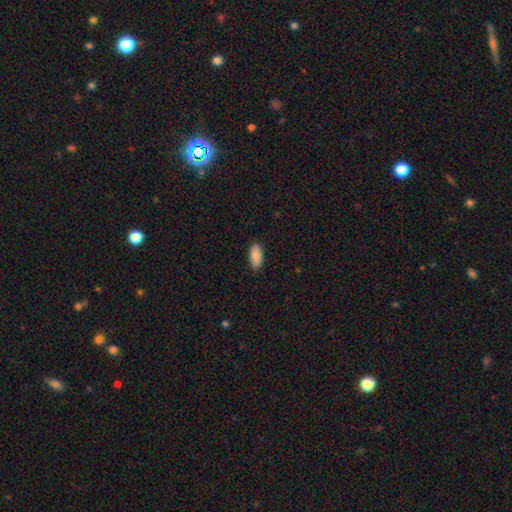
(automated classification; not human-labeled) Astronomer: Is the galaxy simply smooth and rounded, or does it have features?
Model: smooth — 84%.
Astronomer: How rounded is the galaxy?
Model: in between — 92%.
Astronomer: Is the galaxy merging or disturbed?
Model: none — 89%.